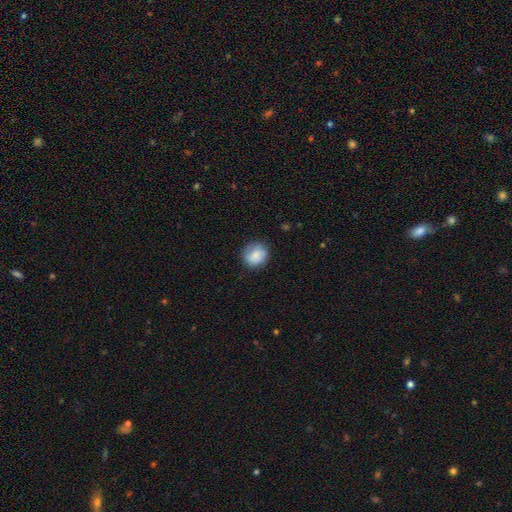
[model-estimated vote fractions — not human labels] Smooth or featured: smooth — 75% (featured or disk — 17%)
How rounded: round — 80% (in between — 19%)
Merging: none — 76% (minor disturbance — 18%)